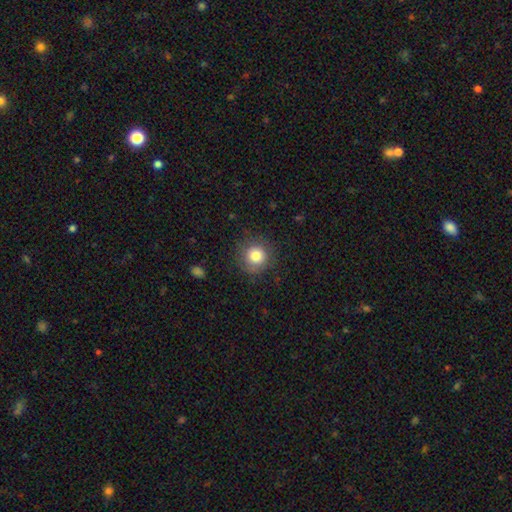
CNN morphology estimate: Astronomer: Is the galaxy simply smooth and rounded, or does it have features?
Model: smooth — 81%.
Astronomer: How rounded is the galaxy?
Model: round — 93%.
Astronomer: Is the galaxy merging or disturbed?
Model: none — 82%.